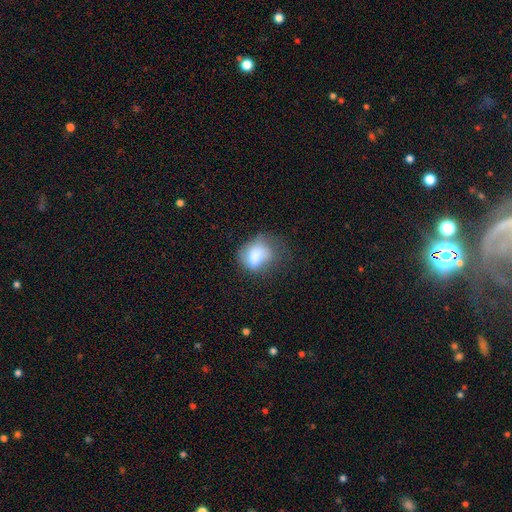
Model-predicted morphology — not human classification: A smooth galaxy with no disk features (73%) that is in between round and cigar-shaped (58%).

Vote fractions:
- Smooth or featured? smooth: 73% / featured or disk: 17% / star or artifact: 10%
- How rounded? in between: 58% / round: 40% / cigar-shaped: 1%
- Merging? minor disturbance: 32% (tied) / none: 32% (tied) / major disturbance: 32% (tied) / merger: 5%